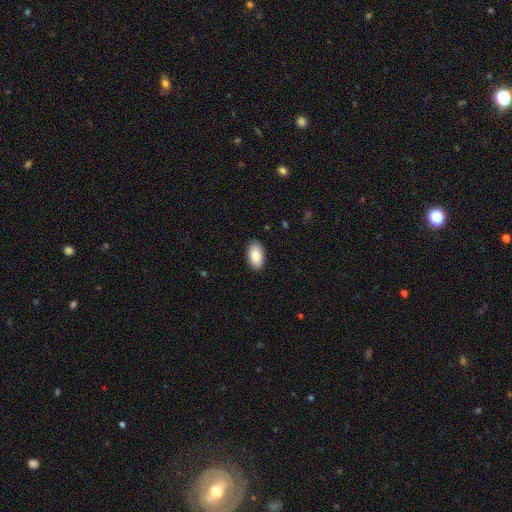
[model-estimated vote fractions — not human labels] A smooth galaxy with no disk features (86%) that is in between round and cigar-shaped (94%). Merging: none (89%).